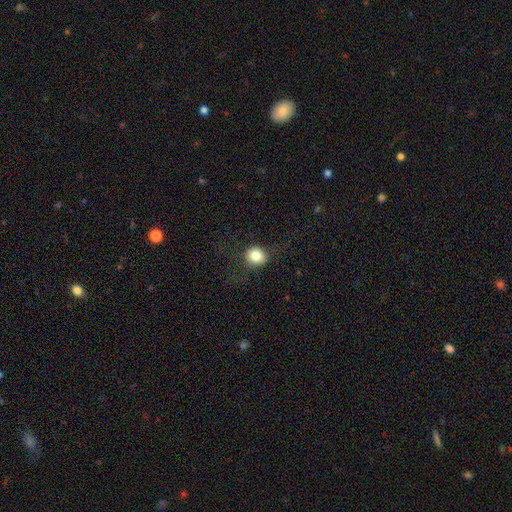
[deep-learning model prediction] A smooth galaxy with no disk features (79%) that is round (83%).

Vote fractions:
- Smooth or featured? smooth: 79% / star or artifact: 11% / featured or disk: 10%
- How rounded? round: 83% / in between: 16% / cigar-shaped: 1%
- Merging? none: 79% / minor disturbance: 13% / major disturbance: 8% / merger: 1%